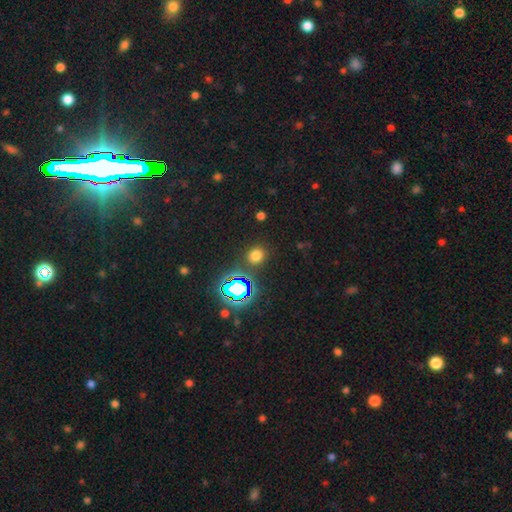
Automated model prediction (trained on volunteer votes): Smooth or featured? Predicted: smooth (p=0.67). How rounded? Predicted: round (p=0.85). Merging? Predicted: none (p=0.86).